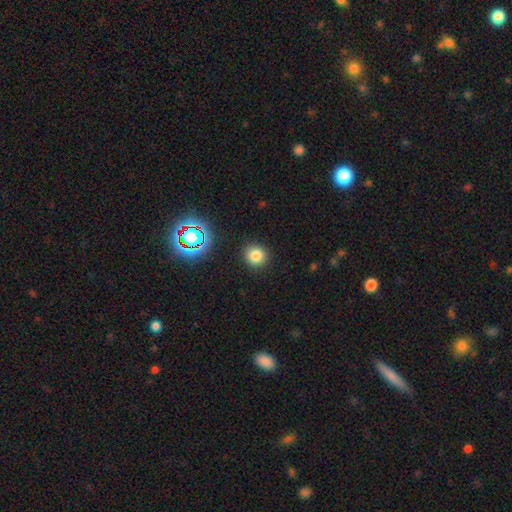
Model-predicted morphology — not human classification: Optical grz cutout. It shows a smooth galaxy with no disk features (77%) that is round (91%). Merging: none (90%).